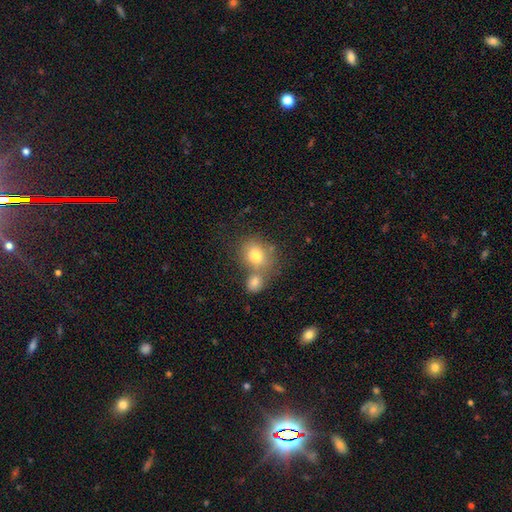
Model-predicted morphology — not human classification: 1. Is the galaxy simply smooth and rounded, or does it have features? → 75% smooth, 13% featured or disk, 12% star or artifact.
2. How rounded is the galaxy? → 65% round, 34% in between, 1% cigar-shaped.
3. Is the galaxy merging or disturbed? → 46% none, 40% merger, 10% minor disturbance, 4% major disturbance.